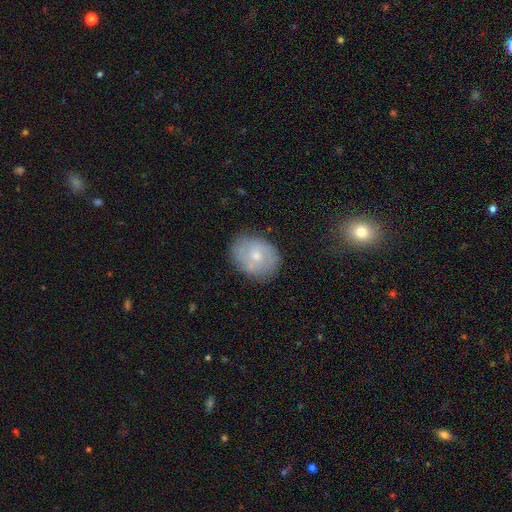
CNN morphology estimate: smooth-or-featured: smooth: 52% | featured or disk: 41% | star or artifact: 7%
  how-rounded: in between: 53% | round: 46% | cigar-shaped: 1%
  merging: none: 76% | minor disturbance: 18% | major disturbance: 4% | merger: 2%